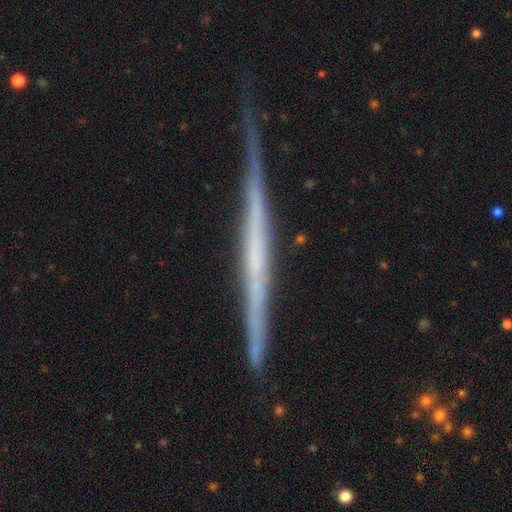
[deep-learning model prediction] Q: Smooth or featured?
A: featured or disk (74%); runner-up: smooth (20%)
Q: Edge-on disk?
A: yes (98%); runner-up: no (2%)
Q: Edge-on bulge?
A: none (84%); runner-up: rounded (10%)
Q: Merging?
A: none (79%); runner-up: minor disturbance (17%)